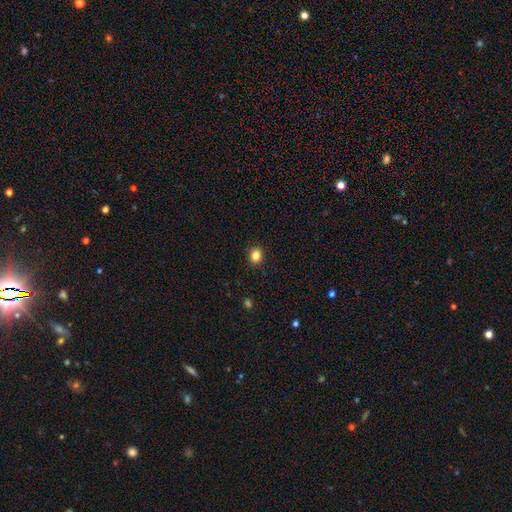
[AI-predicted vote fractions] smooth 84%, star or artifact 11%, featured or disk 5%. Down the decision tree: how rounded — round (67%); merging — none (91%).